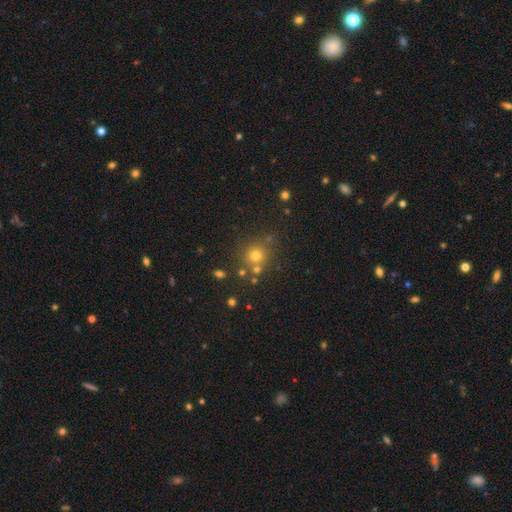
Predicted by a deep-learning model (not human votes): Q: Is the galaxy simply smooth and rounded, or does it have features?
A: smooth — 71%.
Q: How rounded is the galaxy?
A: round — 91%.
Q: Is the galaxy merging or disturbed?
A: none — 74%.